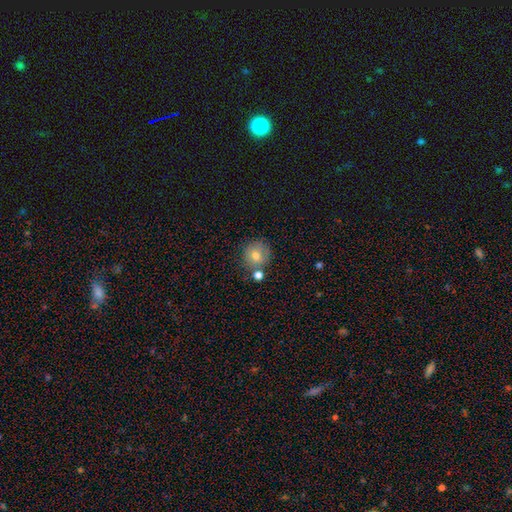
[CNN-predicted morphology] A smooth galaxy with no disk features (75%) that is round (89%). Merging: none (68%).